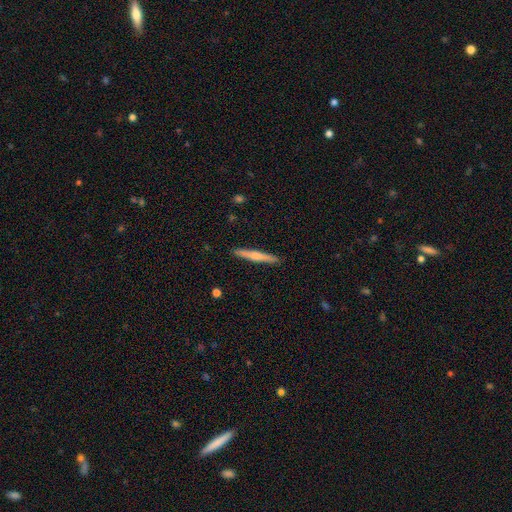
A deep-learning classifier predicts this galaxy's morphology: Smooth or featured?
  - smooth: 48% *
  - featured or disk: 46%
  - star or artifact: 5%
Merging?
  - none: 91% *
  - minor disturbance: 6%
  - major disturbance: 1%
  - merger: 1%